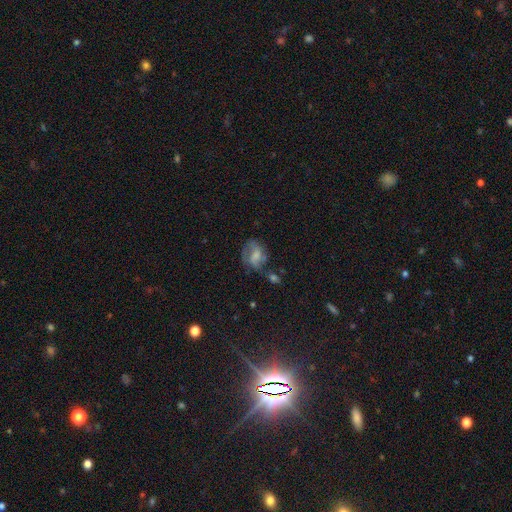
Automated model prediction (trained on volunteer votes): A featured or disk galaxy (45%). Merging: none (39%).